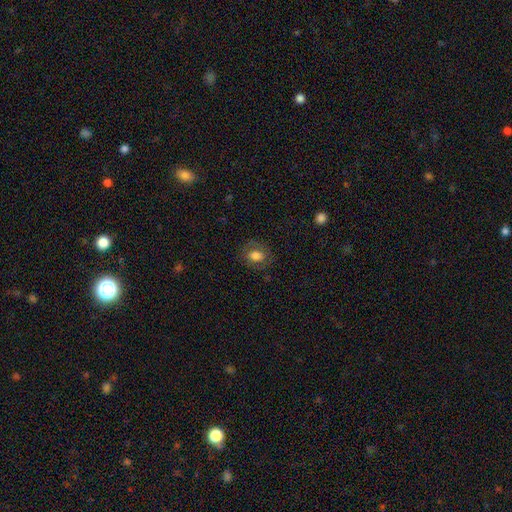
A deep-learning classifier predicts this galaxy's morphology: Smooth or featured: smooth — 69% (featured or disk — 21%)
How rounded: in between — 62% (round — 37%)
Merging: none — 76% (minor disturbance — 15%)